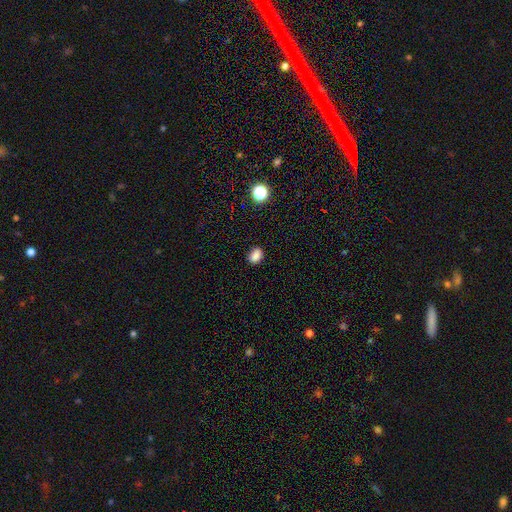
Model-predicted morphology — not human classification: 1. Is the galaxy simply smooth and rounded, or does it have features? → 84% smooth, 12% star or artifact, 3% featured or disk.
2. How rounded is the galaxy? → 70% in between, 29% round, 1% cigar-shaped.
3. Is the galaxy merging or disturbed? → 85% none, 11% minor disturbance, 3% major disturbance, 1% merger.